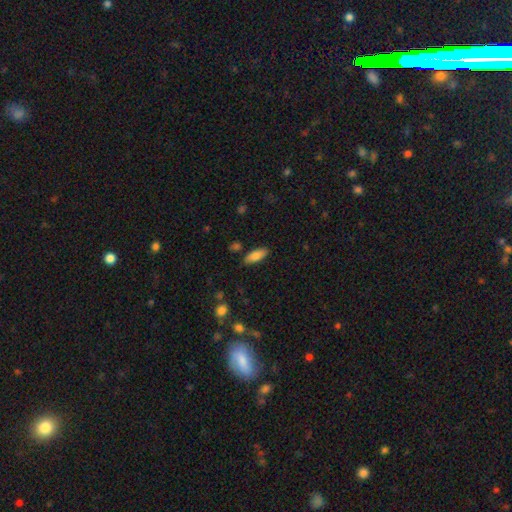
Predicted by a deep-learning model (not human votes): Smooth or featured? Predicted: smooth (p=0.81). How rounded? Predicted: in between (p=0.78). Merging? Predicted: none (p=0.83).